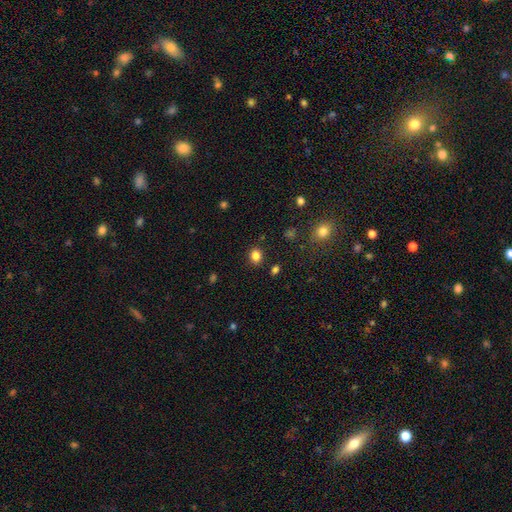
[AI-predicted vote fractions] smooth 83%, star or artifact 12%, featured or disk 4%. Down the decision tree: how rounded — round (59%); merging — none (87%).